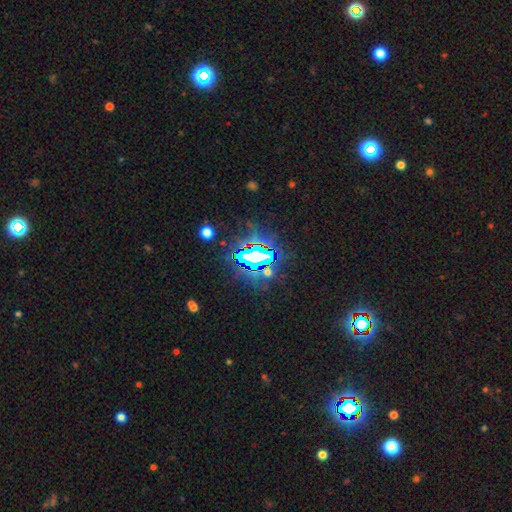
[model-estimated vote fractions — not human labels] Smooth or featured?
  - star or artifact: 74% *
  - smooth: 14%
  - featured or disk: 13%